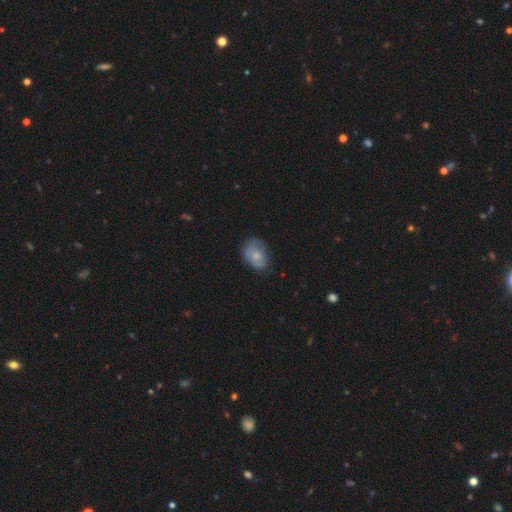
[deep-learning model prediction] This is likely a smooth galaxy (71%). How rounded: likely in between (72%). Merging: likely none (61%).